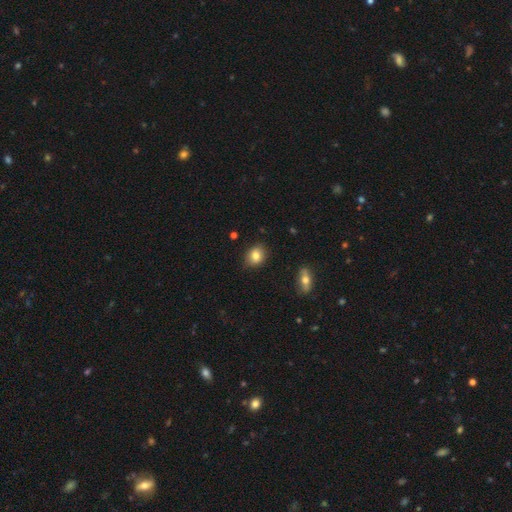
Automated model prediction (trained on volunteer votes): Q: Smooth or featured?
A: smooth (81%); runner-up: star or artifact (10%)
Q: How rounded?
A: round (58%); runner-up: in between (41%)
Q: Merging?
A: none (84%); runner-up: minor disturbance (12%)